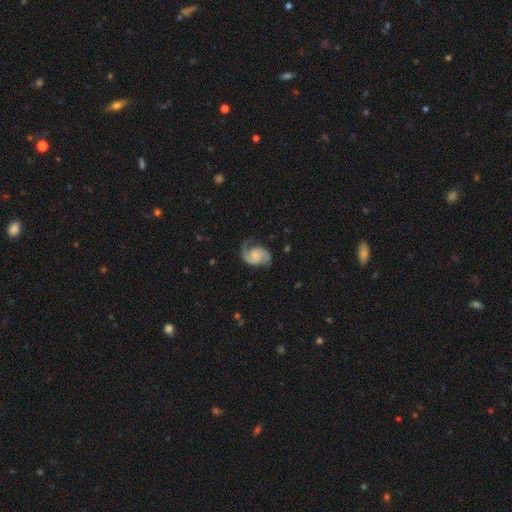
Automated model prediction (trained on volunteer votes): Smooth or featured: featured or disk — 79% (smooth — 15%)
Edge-on disk: no — 98% (yes — 2%)
Bar: no — 66% (weak — 29%)
Spiral arms: yes — 96% (no — 4%)
Spiral winding: medium — 48% (loose — 28%)
Spiral arm count: 2 — 85% (1 — 8%)
Bulge size: small — 42% (none — 26%)
Merging: none — 66% (minor disturbance — 21%)